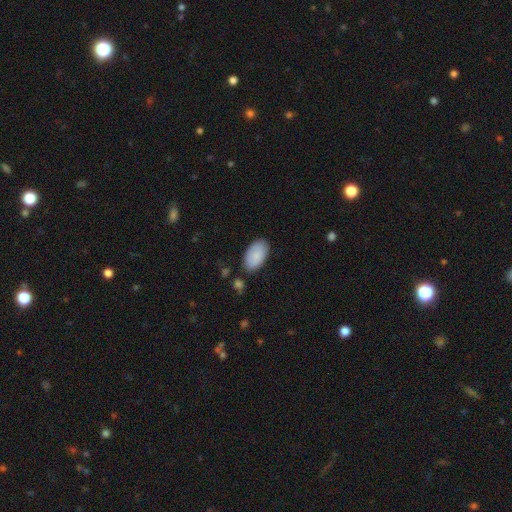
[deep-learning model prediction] Morphology: type=smooth (87%); roundness=in between (96%); merging=none (80%).